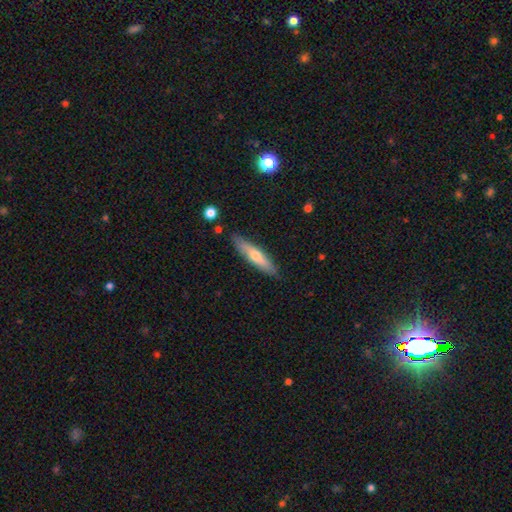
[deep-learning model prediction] This appears to be a smooth galaxy with no disk features (54%) that is cigar-shaped (82%). Merging: none (86%).